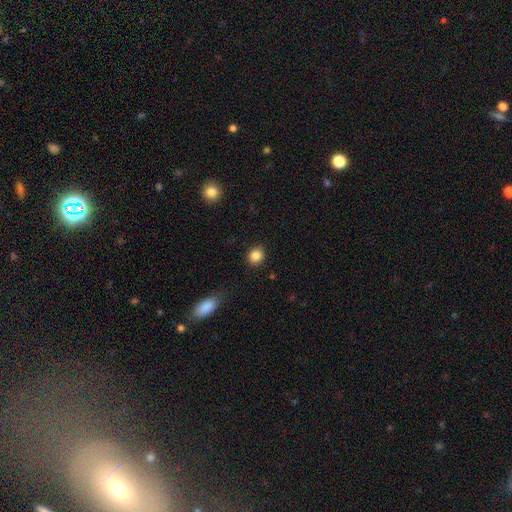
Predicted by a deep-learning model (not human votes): Smooth or featured: smooth — 86% (star or artifact — 10%)
How rounded: round — 73% (in between — 26%)
Merging: none — 89% (minor disturbance — 8%)